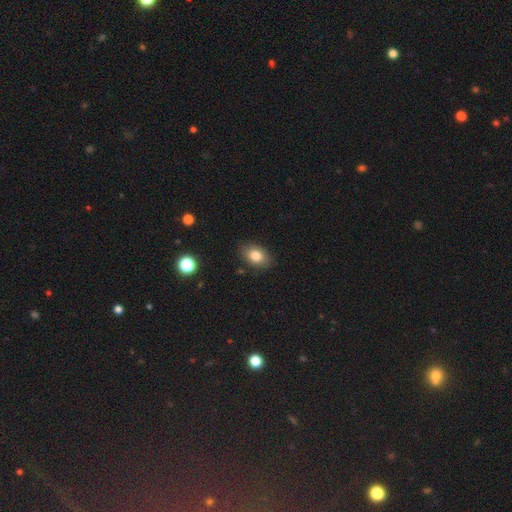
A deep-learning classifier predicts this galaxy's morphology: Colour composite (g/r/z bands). It shows a smooth galaxy with no disk features (82%) that is in between round and cigar-shaped (83%). Merging: none (85%).